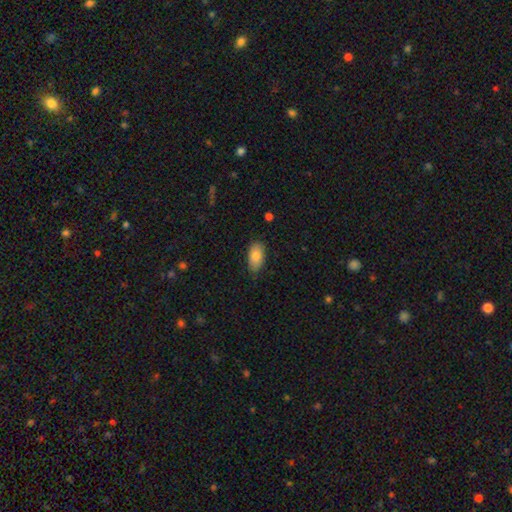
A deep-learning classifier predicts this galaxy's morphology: Smooth or featured?
  - smooth: 84% *
  - featured or disk: 9%
  - star or artifact: 7%
How rounded?
  - in between: 93% *
  - round: 4%
  - cigar-shaped: 3%
Merging?
  - none: 81% *
  - minor disturbance: 15%
  - major disturbance: 3%
  - merger: 1%